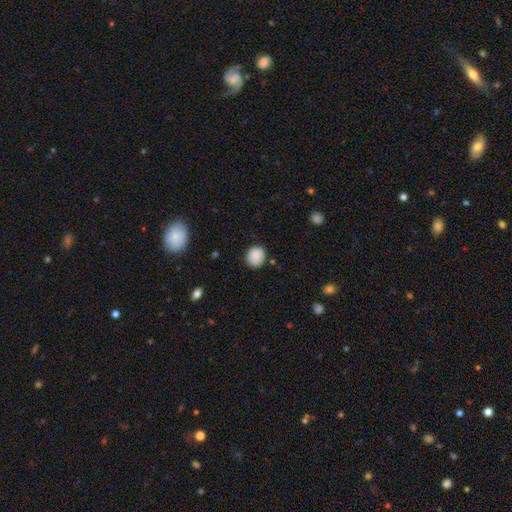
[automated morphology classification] Overall: smooth (87%). How rounded: round (84%). Merging: none (84%).